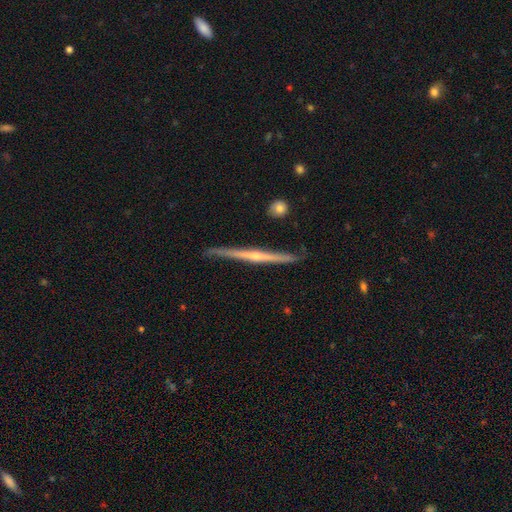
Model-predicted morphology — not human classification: Smooth or featured?
  - featured or disk: 79% *
  - smooth: 15%
  - star or artifact: 6%
Edge-on disk?
  - yes: 98% *
  - no: 2%
Edge-on bulge?
  - rounded: 65% *
  - none: 27%
  - boxy: 8%
Merging?
  - none: 89% *
  - minor disturbance: 8%
  - merger: 2%
  - major disturbance: 1%